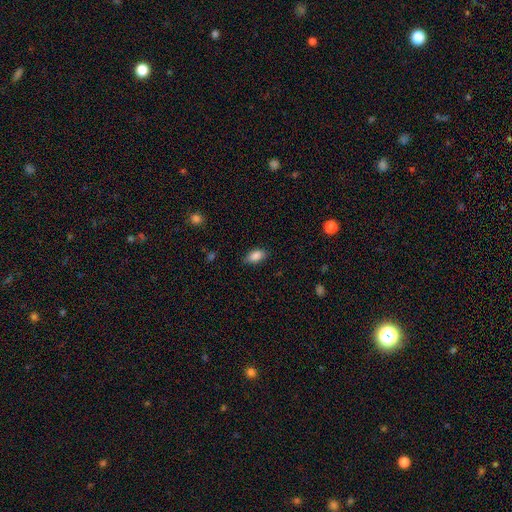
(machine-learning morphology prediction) Q: Smooth or featured?
A: smooth (87%); runner-up: star or artifact (8%)
Q: How rounded?
A: in between (90%); runner-up: round (5%)
Q: Merging?
A: none (79%); runner-up: minor disturbance (16%)